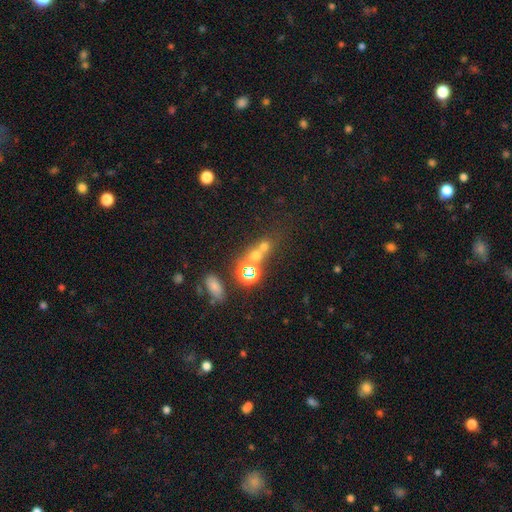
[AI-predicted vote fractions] This is possibly a smooth galaxy (48%). Merging: possibly merger (46%).